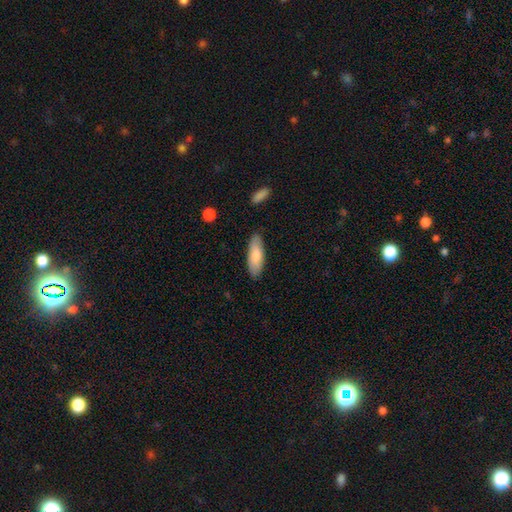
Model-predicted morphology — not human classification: A smooth galaxy with no disk features (80%) that is in between round and cigar-shaped (66%).

Vote fractions:
- Smooth or featured? smooth: 80% / featured or disk: 15% / star or artifact: 5%
- How rounded? in between: 66% / cigar-shaped: 32% / round: 2%
- Merging? none: 85% / minor disturbance: 11% / major disturbance: 2% / merger: 1%